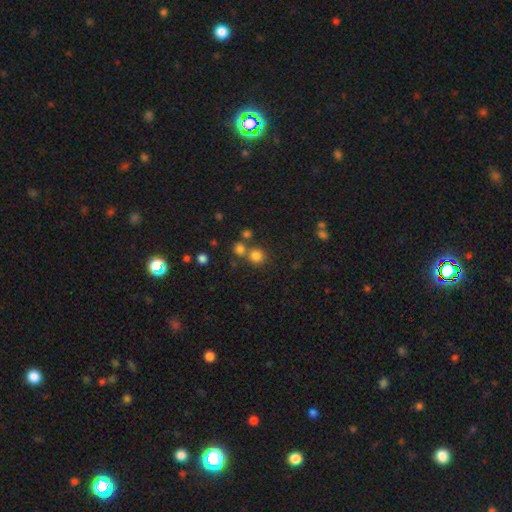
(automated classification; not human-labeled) The model was most divided on "merging": none: 67%, merger: 23%, minor disturbance: 7%, major disturbance: 3%. More confident: how rounded — round (91%); smooth or featured — smooth (78%).